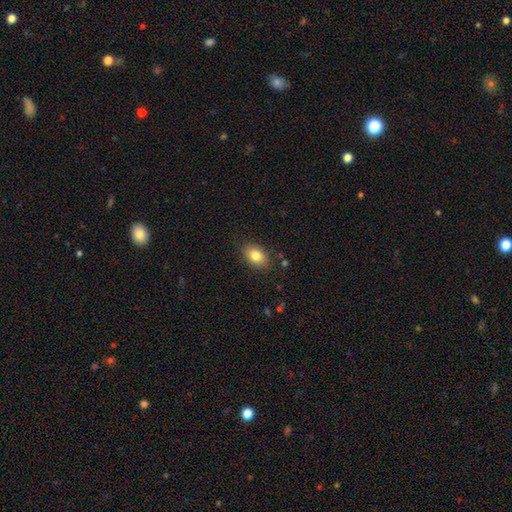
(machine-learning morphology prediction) type=smooth (82%); roundness=in between (79%); merging=none (84%).